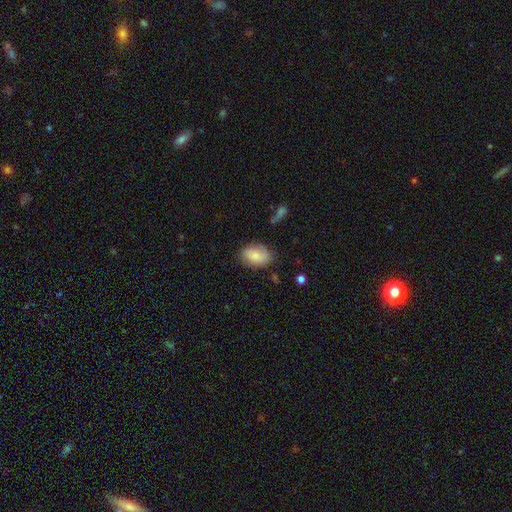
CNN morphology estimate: This appears to be a smooth galaxy with no disk features (81%) that is in between round and cigar-shaped (85%). Merging: none (76%).